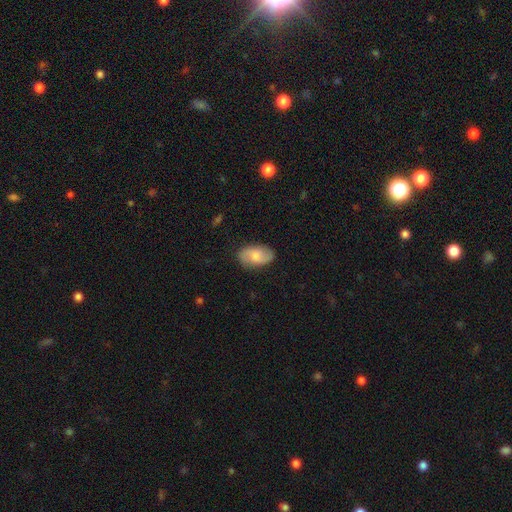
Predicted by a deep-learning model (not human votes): Smooth or featured: smooth — 52% (featured or disk — 42%)
How rounded: in between — 92% (round — 6%)
Merging: none — 81% (minor disturbance — 14%)